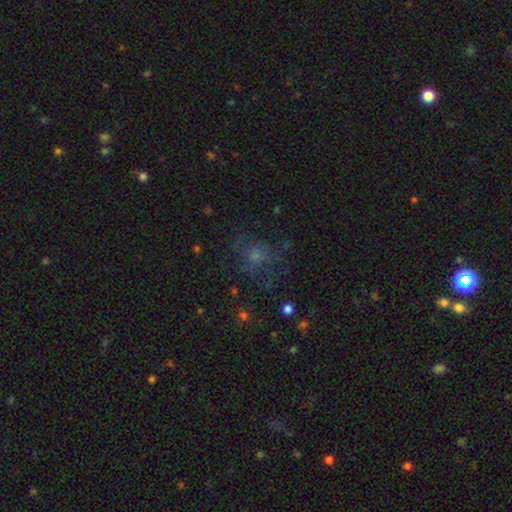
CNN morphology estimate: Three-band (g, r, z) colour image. It shows a star or artifact, not a galaxy (41%).